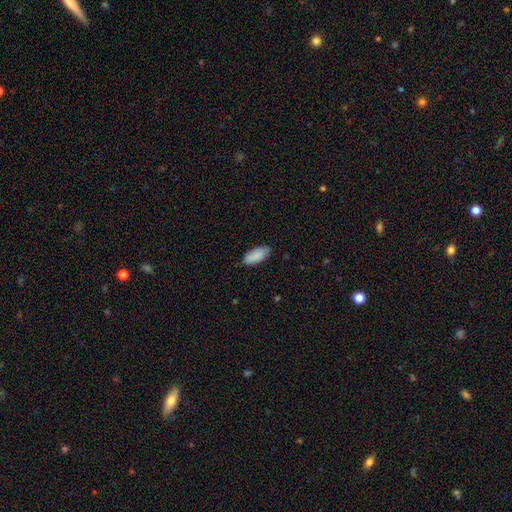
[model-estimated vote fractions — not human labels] smooth_or_featured: smooth (p=0.89) [alt: star or artifact p=0.06]
how_rounded: in between (p=0.86) [alt: cigar-shaped p=0.12]
merging: none (p=0.84) [alt: minor disturbance p=0.13]